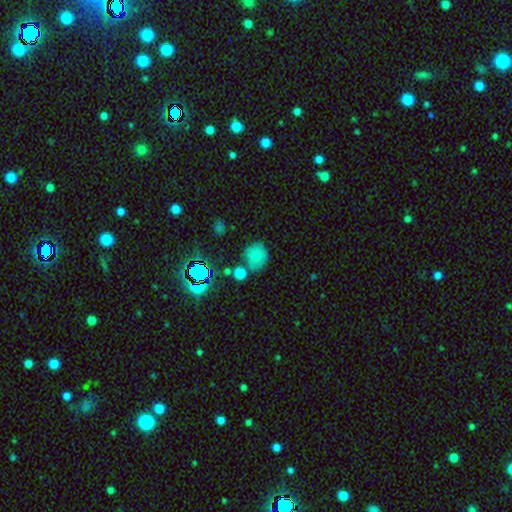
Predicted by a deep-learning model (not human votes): smooth 74%, star or artifact 16%, featured or disk 11%. Down the decision tree: how rounded — round (79%); merging — none (62%).